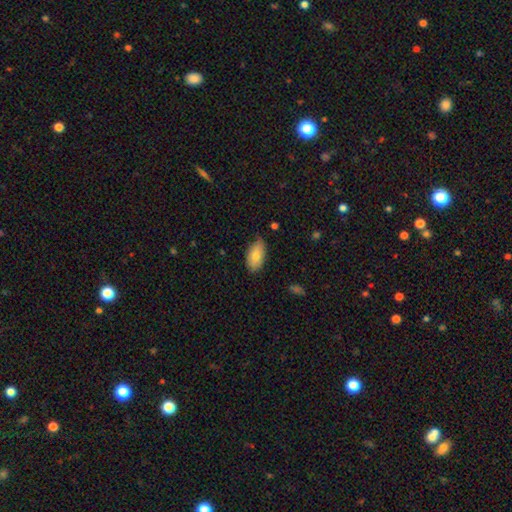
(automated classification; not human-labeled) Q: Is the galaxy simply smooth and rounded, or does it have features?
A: smooth — 75%.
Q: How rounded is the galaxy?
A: in between — 93%.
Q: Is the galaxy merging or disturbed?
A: none — 70%.